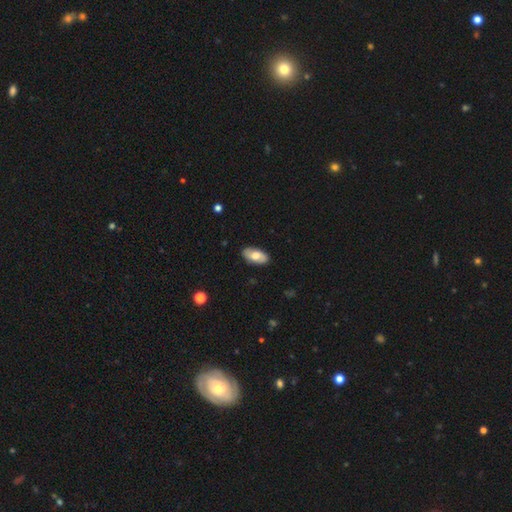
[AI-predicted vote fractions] A smooth galaxy with no disk features (70%) that is in between round and cigar-shaped (93%). Merging: none (87%).